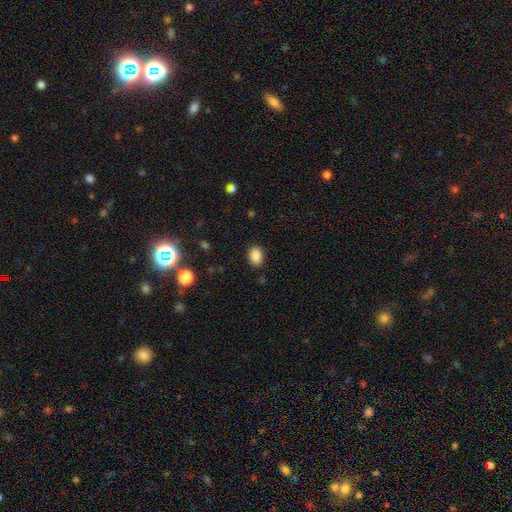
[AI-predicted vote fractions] smooth_or_featured: smooth (p=0.87) [alt: star or artifact p=0.09]
how_rounded: in between (p=0.78) [alt: round p=0.21]
merging: none (p=0.87) [alt: minor disturbance p=0.09]